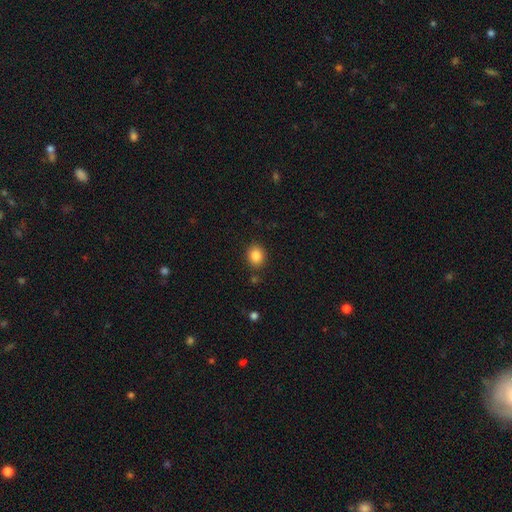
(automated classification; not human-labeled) This is clearly a smooth galaxy (86%). How rounded: likely round (63%). Merging: clearly none (86%).